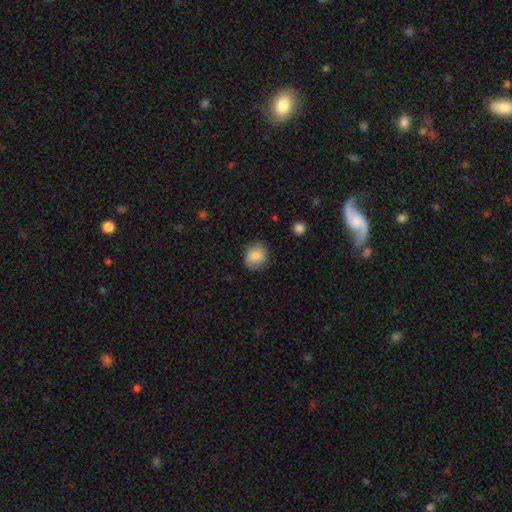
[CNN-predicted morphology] The model was most divided on "how rounded": round: 75%, in between: 25%, cigar-shaped: 1%. More confident: merging — none (77%); smooth or featured — smooth (72%).